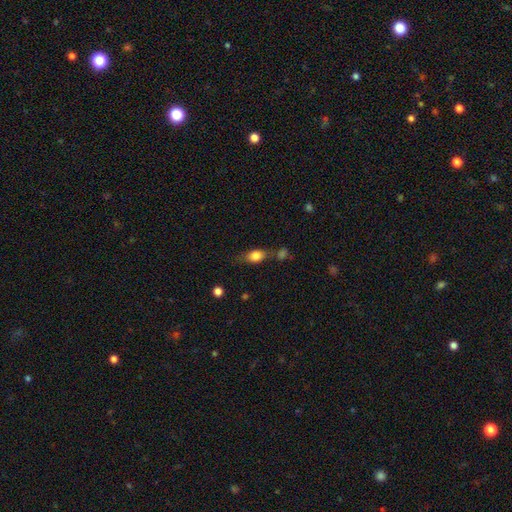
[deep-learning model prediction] A smooth galaxy with no disk features (74%) that is in between round and cigar-shaped (74%). Merging: none (55%).